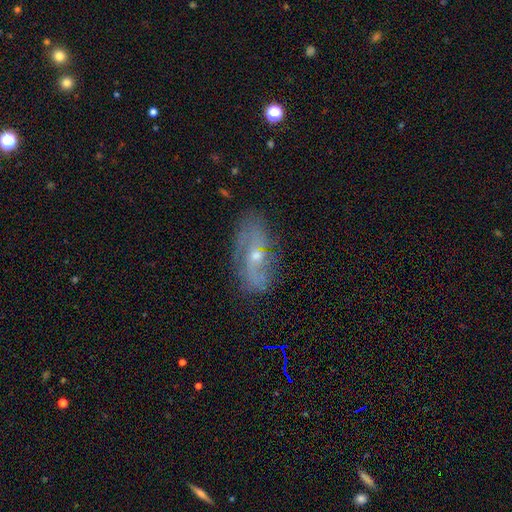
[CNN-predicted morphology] Smooth or featured: featured or disk — 72% (smooth — 18%)
Edge-on disk: no — 91% (yes — 9%)
Bar: no — 58% (weak — 34%)
Spiral arms: yes — 82% (no — 18%)
Spiral winding: medium — 38% (tied with loose — 38%)
Spiral arm count: 2 — 62% (can't tell — 24%)
Bulge size: small — 50% (moderate — 45%)
Merging: none — 73% (minor disturbance — 19%)